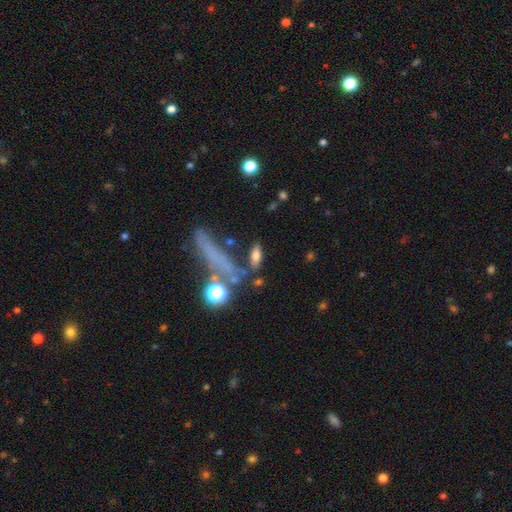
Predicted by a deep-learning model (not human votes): This is likely a smooth galaxy (67%). How rounded: possibly in between (56%). Merging: likely none (68%).